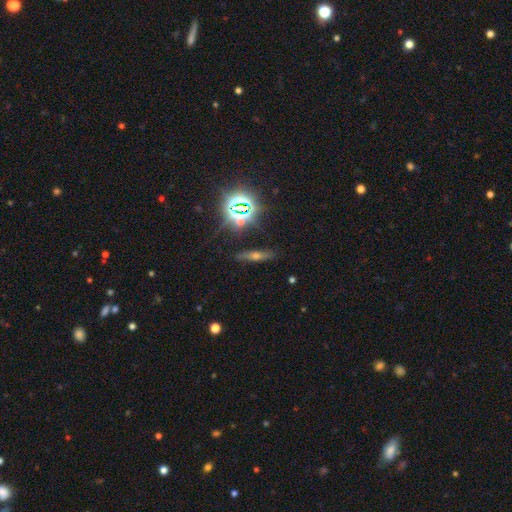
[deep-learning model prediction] Smooth or featured? Predicted: featured or disk (p=0.41). Merging? Predicted: none (p=0.84).